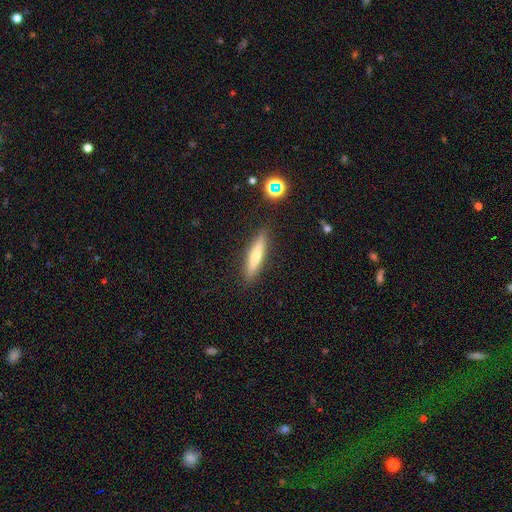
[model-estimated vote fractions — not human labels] Morphology: type=smooth (52%); roundness=cigar-shaped (84%); merging=none (89%).